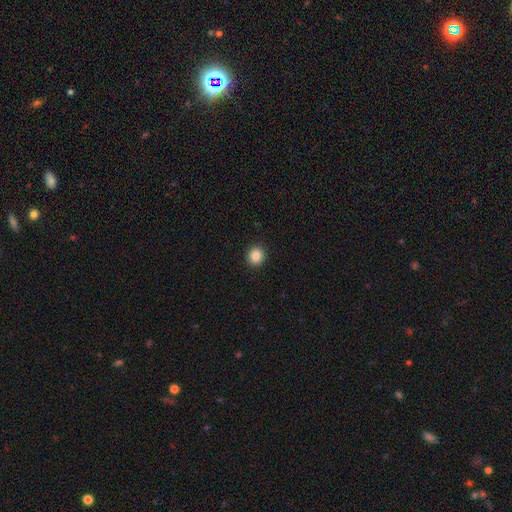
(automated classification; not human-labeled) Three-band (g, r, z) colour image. It shows a smooth galaxy with no disk features (87%) that is round (88%). Merging: none (92%).